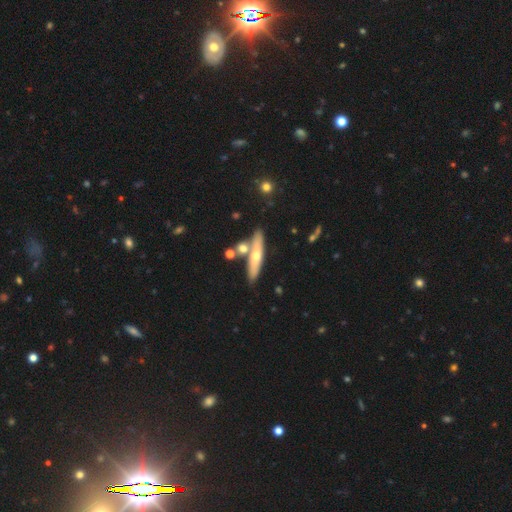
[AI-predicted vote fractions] This appears to be a featured or disk galaxy (48%). Merging: none (74%).